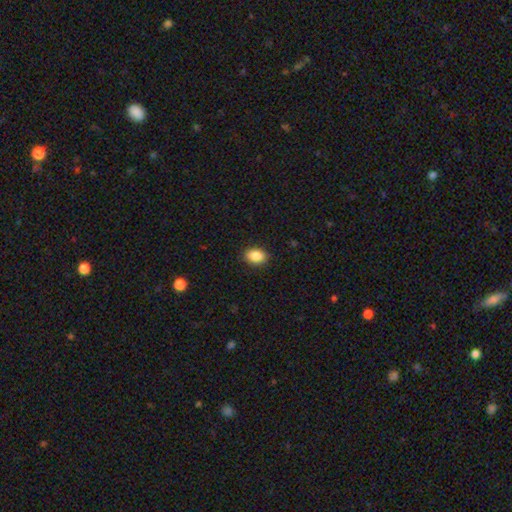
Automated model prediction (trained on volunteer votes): Overall: smooth (88%). How rounded: in between (82%). Merging: none (89%).